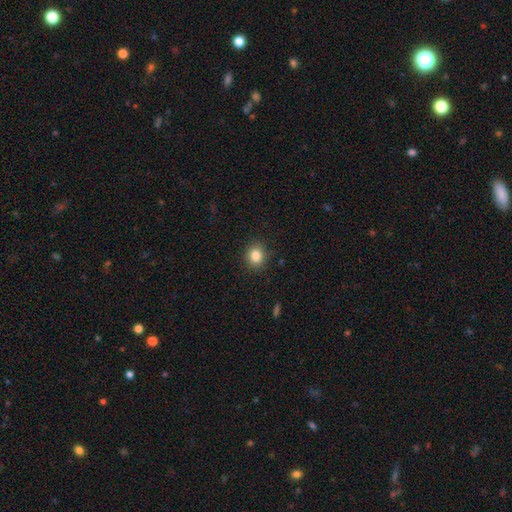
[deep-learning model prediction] A smooth galaxy with no disk features (84%) that is round (74%). Merging: none (89%).